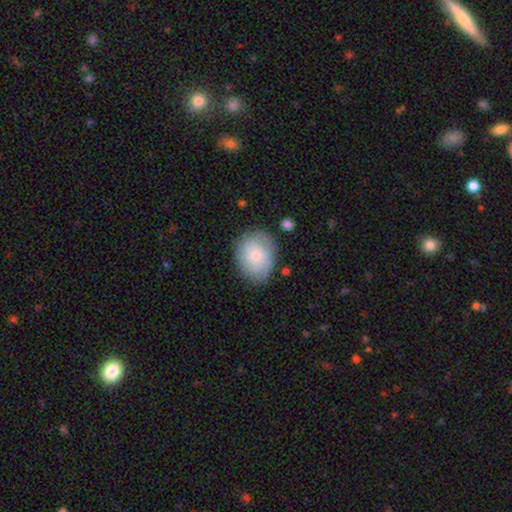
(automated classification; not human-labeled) A smooth galaxy with no disk features (49%). Merging: none (74%).